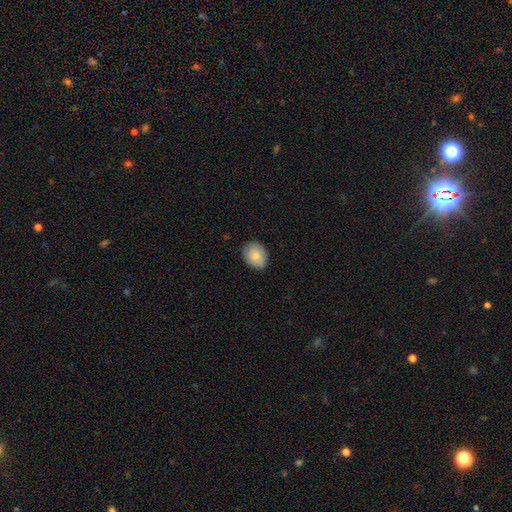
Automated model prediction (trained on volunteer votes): Q: Smooth or featured?
A: smooth (86%); runner-up: featured or disk (7%)
Q: How rounded?
A: in between (56%); runner-up: round (43%)
Q: Merging?
A: none (84%); runner-up: minor disturbance (13%)